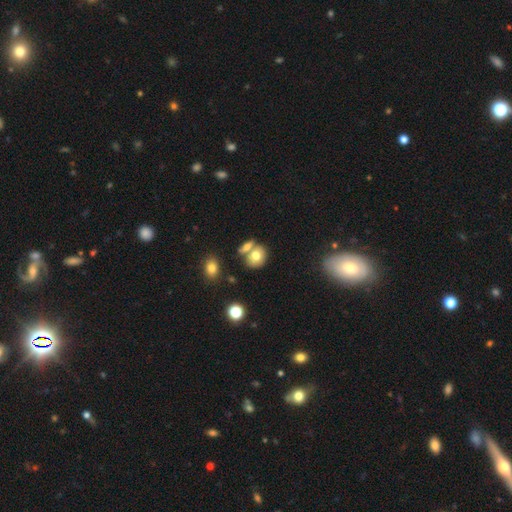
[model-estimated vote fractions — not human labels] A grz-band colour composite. It shows a smooth galaxy with no disk features (71%) that is round (57%). Merging: none (49%).